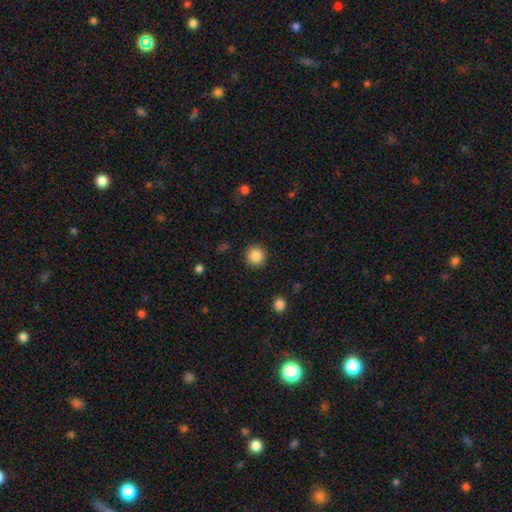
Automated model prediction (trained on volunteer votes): smooth_or_featured: smooth (p=0.85) [alt: star or artifact p=0.10]
how_rounded: round (p=0.94) [alt: in between p=0.05]
merging: none (p=0.92) [alt: minor disturbance p=0.05]